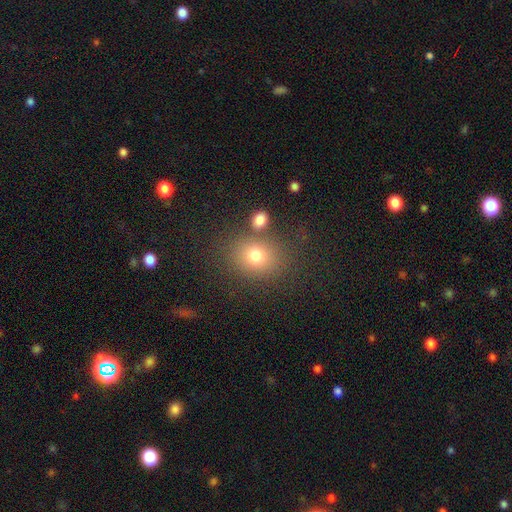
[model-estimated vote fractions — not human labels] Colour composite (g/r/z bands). It shows a smooth galaxy with no disk features (76%) that is round (61%). Merging: none (71%).